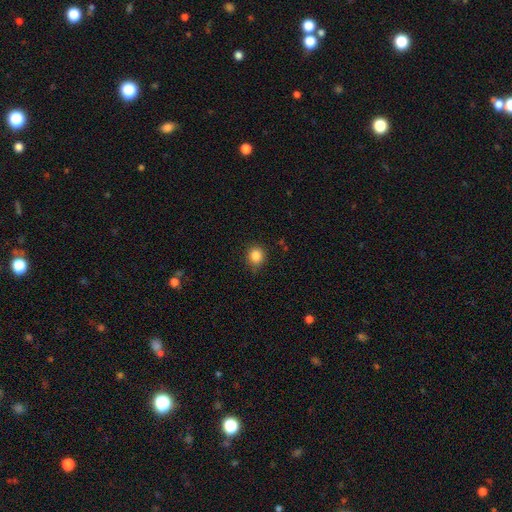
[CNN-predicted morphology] Q: Smooth or featured?
A: smooth (85%); runner-up: star or artifact (11%)
Q: How rounded?
A: round (84%); runner-up: in between (15%)
Q: Merging?
A: none (82%); runner-up: minor disturbance (14%)